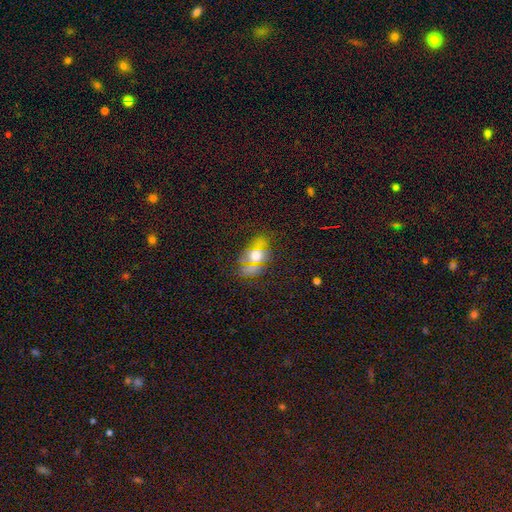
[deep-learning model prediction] Overall: smooth (60%; star or artifact 23%). How rounded: in between (67%; round 29%). Merging: none (70%).